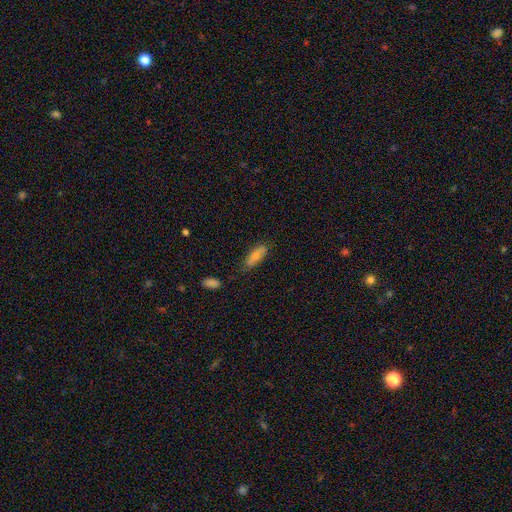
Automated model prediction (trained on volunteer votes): Smooth or featured? Predicted: smooth (p=0.72). How rounded? Predicted: in between (p=0.61). Merging? Predicted: none (p=0.71).